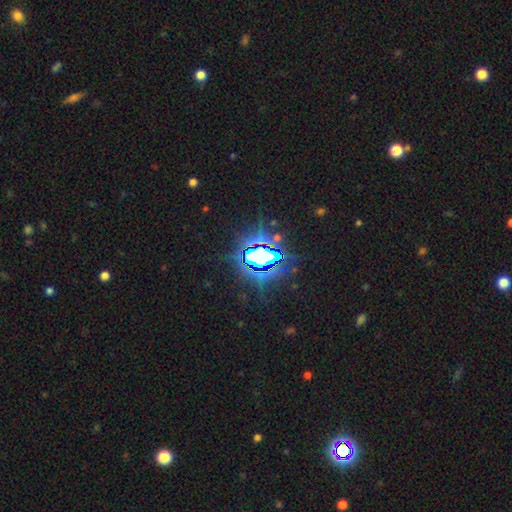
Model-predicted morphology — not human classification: Smooth or featured? star or artifact (79%)